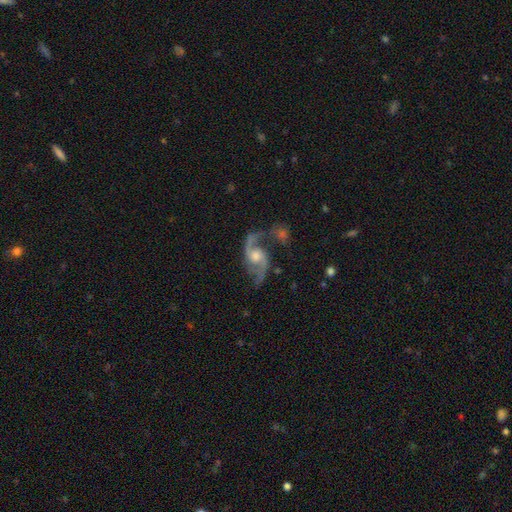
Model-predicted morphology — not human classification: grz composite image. It shows a featured or disk galaxy (90%) with no bar (58%), 2 (92%) loose (58%) spiral arms (97%) and a moderate central bulge (61%). Merging: none (58%).